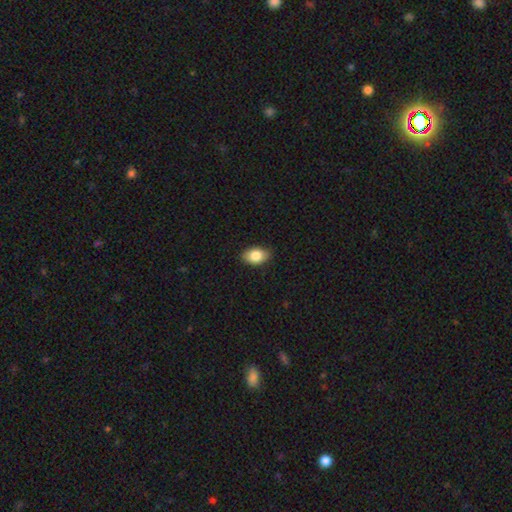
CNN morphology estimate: Smooth or featured? smooth (85%)
How rounded? in between (88%)
Merging? none (85%)